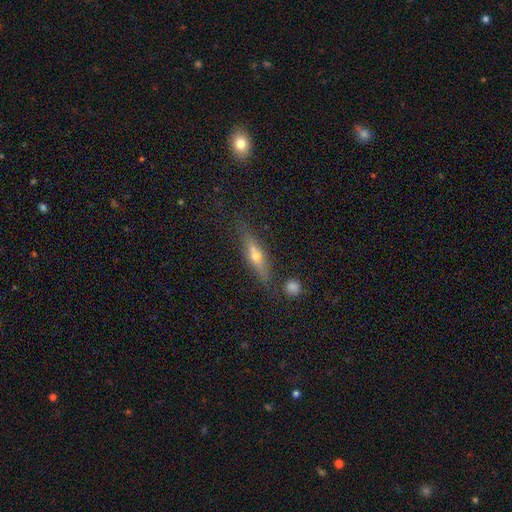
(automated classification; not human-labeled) smooth_or_featured: featured or disk (p=0.57) [alt: smooth p=0.34]
disk_edge_on: yes (p=0.89) [alt: no p=0.11]
edge_on_bulge: rounded (p=0.91) [alt: none p=0.06]
merging: none (p=0.77) [alt: minor disturbance p=0.13]